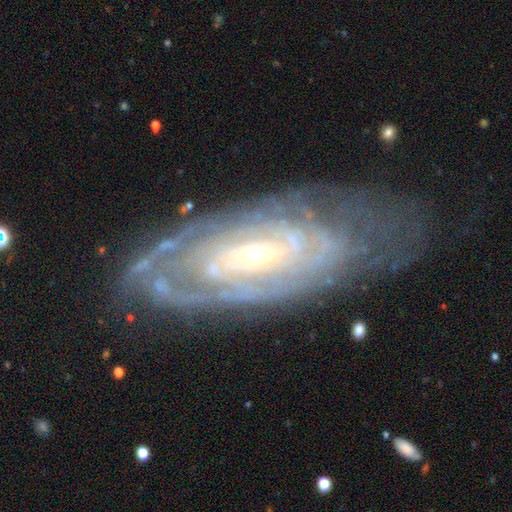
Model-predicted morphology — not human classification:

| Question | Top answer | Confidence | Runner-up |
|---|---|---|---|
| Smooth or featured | featured or disk | 85% | smooth (9%) |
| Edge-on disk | no | 90% | yes (10%) |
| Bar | no | 52% | weak (33%) |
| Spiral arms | yes | 91% | no (9%) |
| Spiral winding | tight | 77% | medium (19%) |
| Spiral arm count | can't tell | 52% | 2 (16%) |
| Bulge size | small | 74% | moderate (21%) |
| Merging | none | 70% | minor disturbance (20%) |